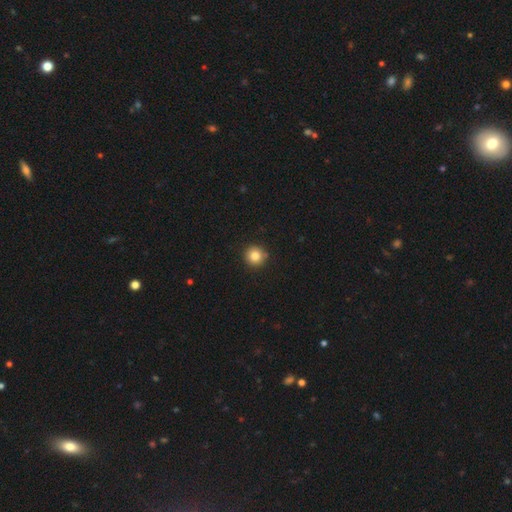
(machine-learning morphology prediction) A smooth galaxy with no disk features (84%) that is round (95%).

Vote fractions:
- Smooth or featured? smooth: 84% / star or artifact: 10% / featured or disk: 6%
- How rounded? round: 95% / in between: 4% / cigar-shaped: 1%
- Merging? none: 89% / minor disturbance: 7% / merger: 2% / major disturbance: 2%